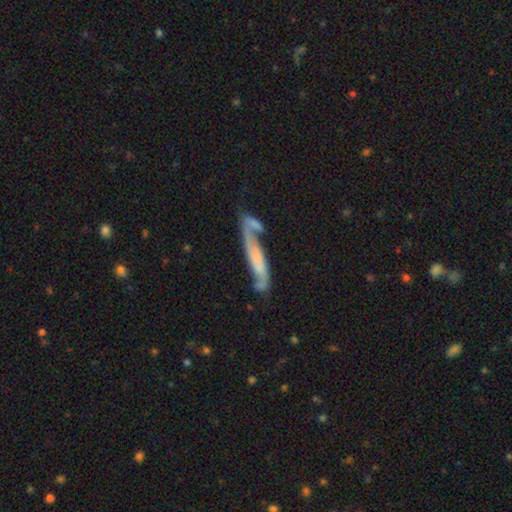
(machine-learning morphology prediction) Smooth or featured? featured or disk (66%)
Edge-on disk? no (61%)
Merging? none (48%)